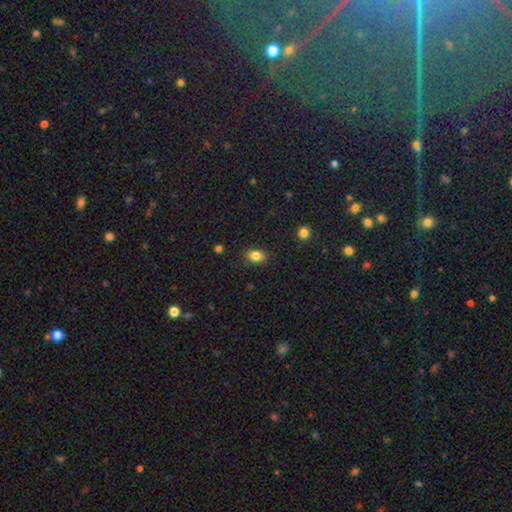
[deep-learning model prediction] smooth-or-featured: smooth: 84% | star or artifact: 10% | featured or disk: 7%
  how-rounded: in between: 79% | round: 19% | cigar-shaped: 2%
  merging: none: 86% | minor disturbance: 10% | major disturbance: 2% | merger: 1%